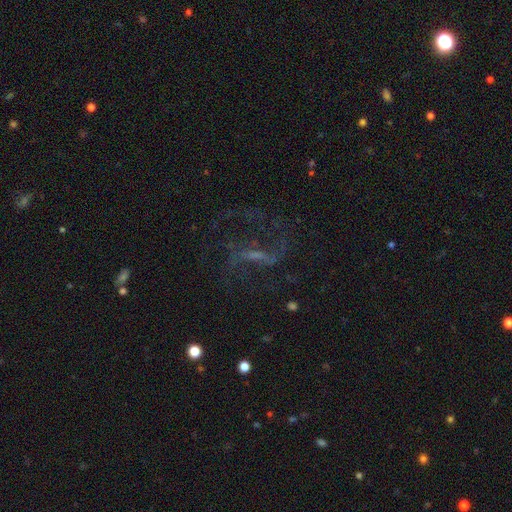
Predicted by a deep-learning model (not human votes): Q: Smooth or featured?
A: featured or disk (70%); runner-up: star or artifact (19%)
Q: Edge-on disk?
A: no (93%); runner-up: yes (7%)
Q: Bar?
A: weak (41%); runner-up: strong (38%)
Q: Spiral arms?
A: yes (82%); runner-up: no (18%)
Q: Spiral winding?
A: loose (61%); runner-up: medium (31%)
Q: Spiral arm count?
A: 2 (64%); runner-up: can't tell (16%)
Q: Bulge size?
A: small (41%); runner-up: none (36%)
Q: Merging?
A: none (57%); runner-up: major disturbance (26%)